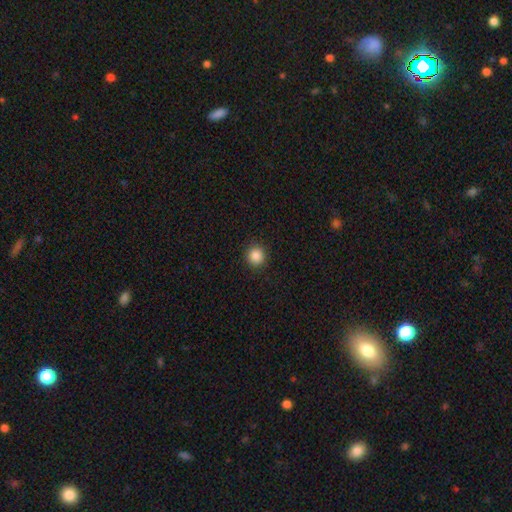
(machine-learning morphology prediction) The model was most divided on "smooth or featured": smooth: 87%, star or artifact: 10%, featured or disk: 3%. More confident: how rounded — round (93%); merging — none (91%).